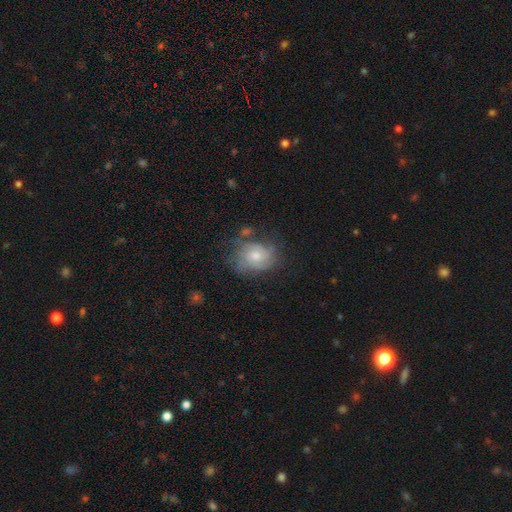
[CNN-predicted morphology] featured or disk 62%, smooth 30%, star or artifact 8%. Down the decision tree: edge-on disk — no (97%); bar — no (73%); spiral arms — yes (83%); bulge size — moderate (62%); merging — none (56%).